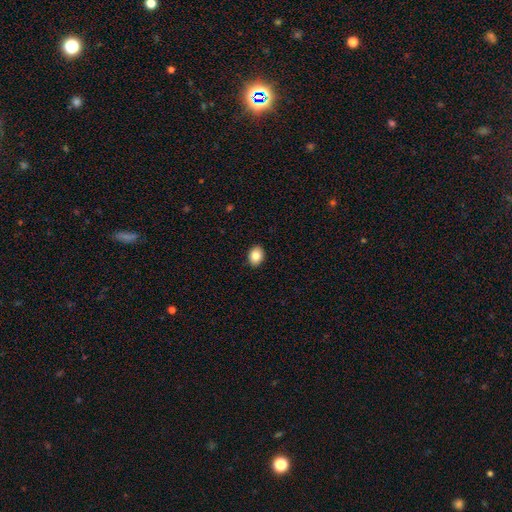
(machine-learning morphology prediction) Smooth or featured?
  - smooth: 85% *
  - star or artifact: 8%
  - featured or disk: 7%
How rounded?
  - in between: 65% *
  - round: 34%
  - cigar-shaped: 1%
Merging?
  - none: 91% *
  - minor disturbance: 7%
  - major disturbance: 2%
  - merger: 1%